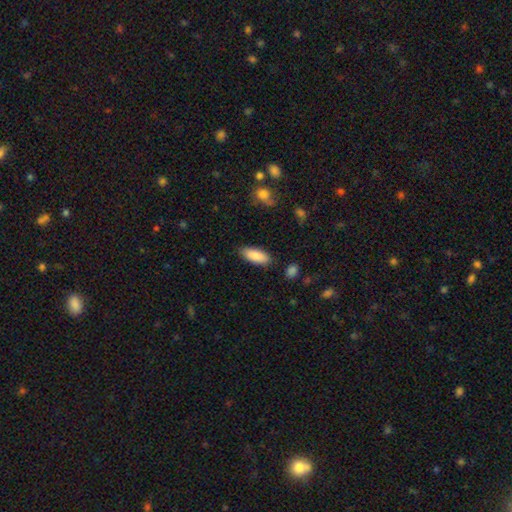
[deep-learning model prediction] Morphology: type=smooth (88%); roundness=in between (78%); merging=none (85%).